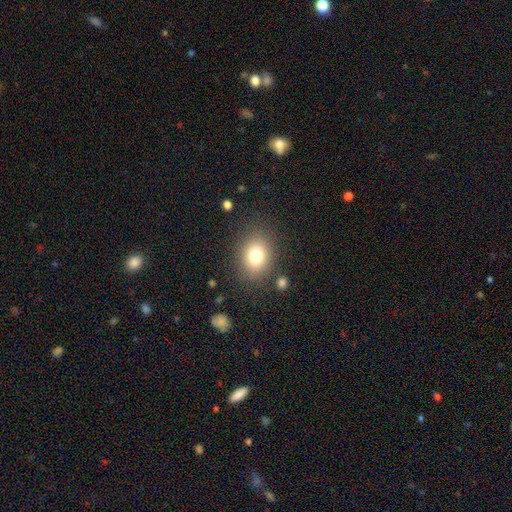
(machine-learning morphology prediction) Overall: smooth (77%). How rounded: in between (50%; round 49%). Merging: none (83%).